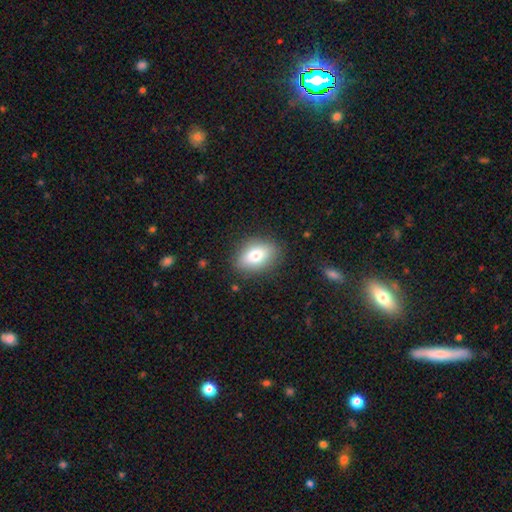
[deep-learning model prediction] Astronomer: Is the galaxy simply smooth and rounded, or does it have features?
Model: smooth — 77%.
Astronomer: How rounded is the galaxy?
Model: in between — 83%.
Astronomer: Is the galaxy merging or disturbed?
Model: none — 84%.